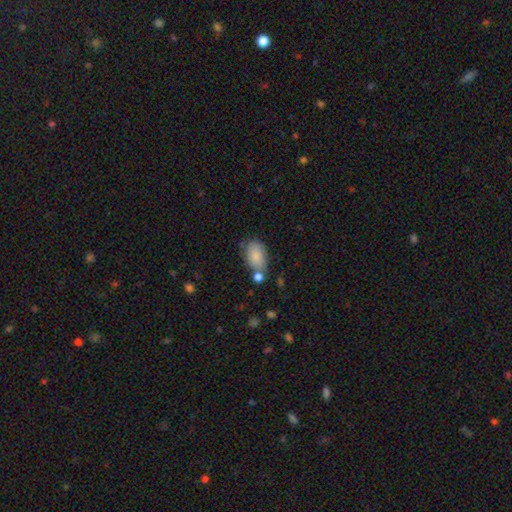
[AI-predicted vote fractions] smooth_or_featured: smooth (p=0.84) [alt: featured or disk p=0.09]
how_rounded: in between (p=0.91) [alt: round p=0.07]
merging: none (p=0.58) [alt: minor disturbance p=0.20]